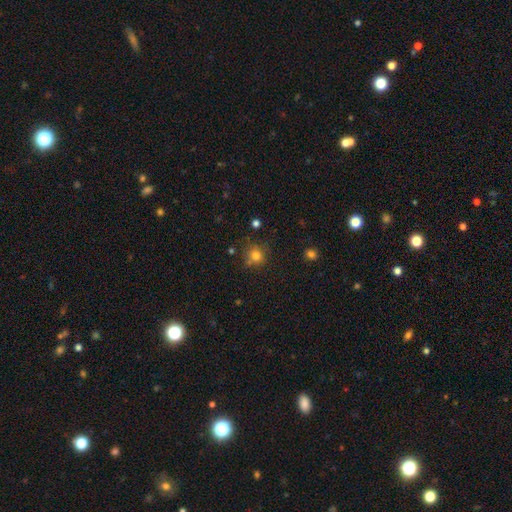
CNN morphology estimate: Smooth or featured?
  - smooth: 78% *
  - star or artifact: 15%
  - featured or disk: 7%
How rounded?
  - round: 89% *
  - in between: 10%
  - cigar-shaped: 1%
Merging?
  - none: 73% *
  - minor disturbance: 14%
  - merger: 8%
  - major disturbance: 4%